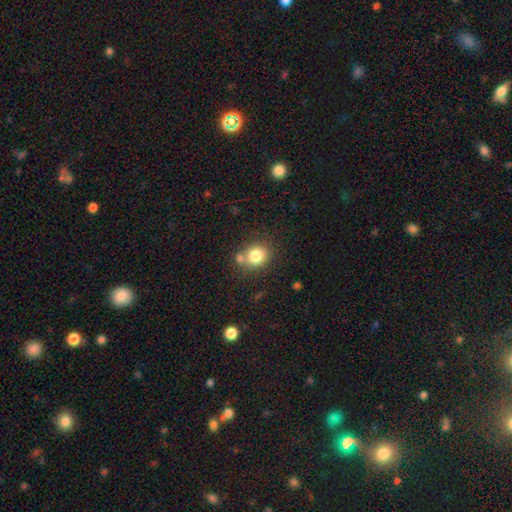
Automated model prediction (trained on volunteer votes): A smooth galaxy with no disk features (80%) that is round (72%).

Vote fractions:
- Smooth or featured? smooth: 80% / star or artifact: 11% / featured or disk: 9%
- How rounded? round: 72% / in between: 27% / cigar-shaped: 1%
- Merging? none: 63% / merger: 21% / minor disturbance: 12% / major disturbance: 4%